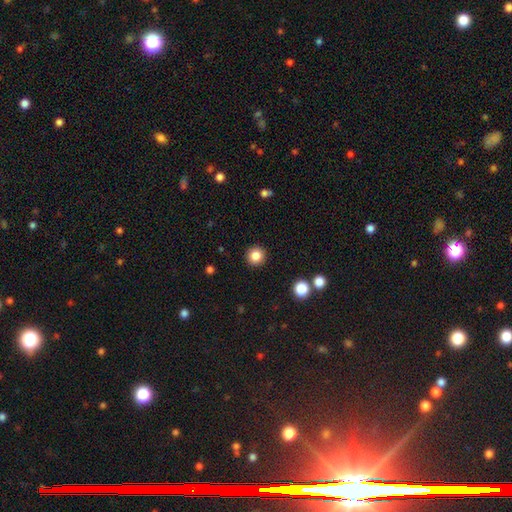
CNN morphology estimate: smooth_or_featured: smooth (p=0.84) [alt: star or artifact p=0.11]
how_rounded: round (p=0.94) [alt: in between p=0.05]
merging: none (p=0.92) [alt: minor disturbance p=0.05]